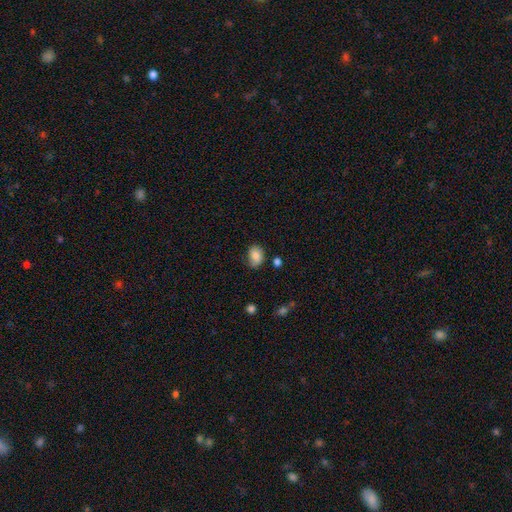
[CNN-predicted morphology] A smooth galaxy with no disk features (84%) that is in between round and cigar-shaped (71%). Merging: none (67%).